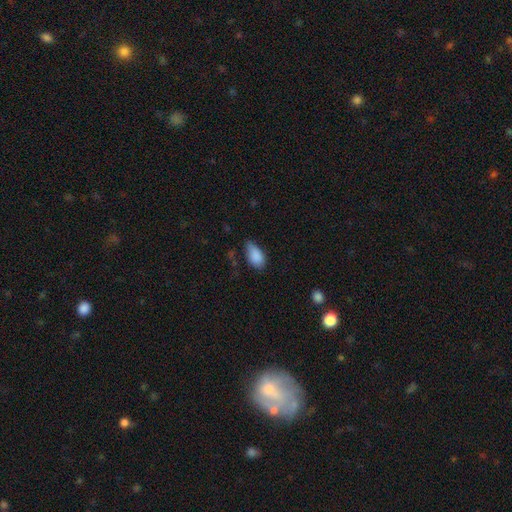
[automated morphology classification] Smooth or featured? Predicted: smooth (p=0.86). How rounded? Predicted: in between (p=0.92). Merging? Predicted: none (p=0.49).